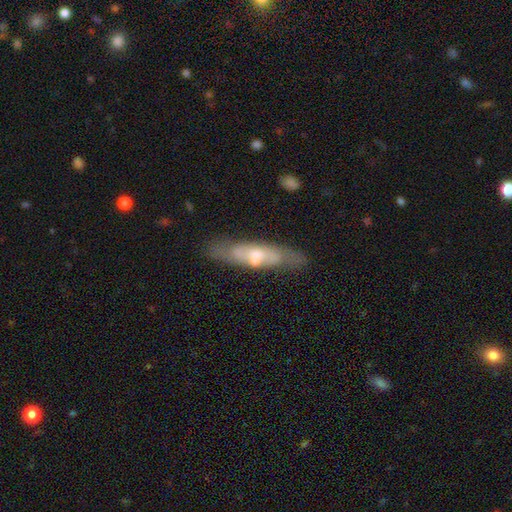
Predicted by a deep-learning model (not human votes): A featured or disk galaxy (50%). Merging: none (69%).